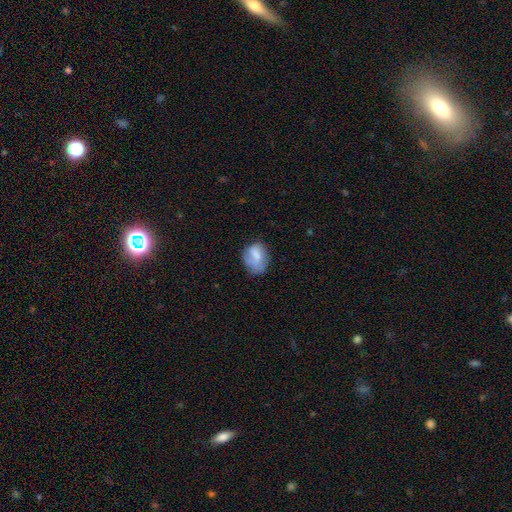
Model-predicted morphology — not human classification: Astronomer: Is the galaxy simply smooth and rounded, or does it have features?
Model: smooth — 70%.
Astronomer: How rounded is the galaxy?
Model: in between — 63%.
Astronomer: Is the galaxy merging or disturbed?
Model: none — 50% (runner-up: minor disturbance, 31%).